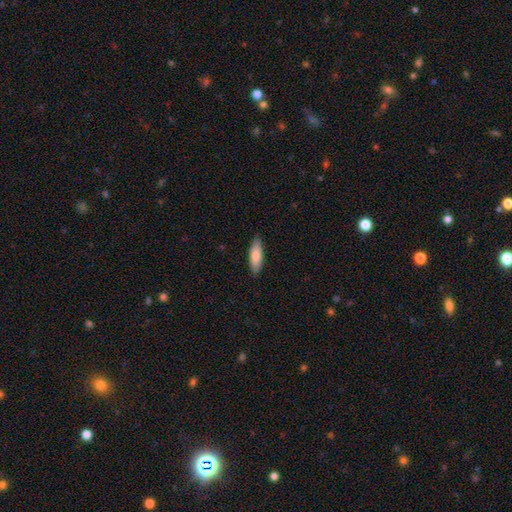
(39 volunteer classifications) Smooth or featured: smooth — 90% (featured or disk — 8%)
How rounded: cigar-shaped — 51% (in between — 49%)
Merging: none — 84% (minor disturbance — 11%)